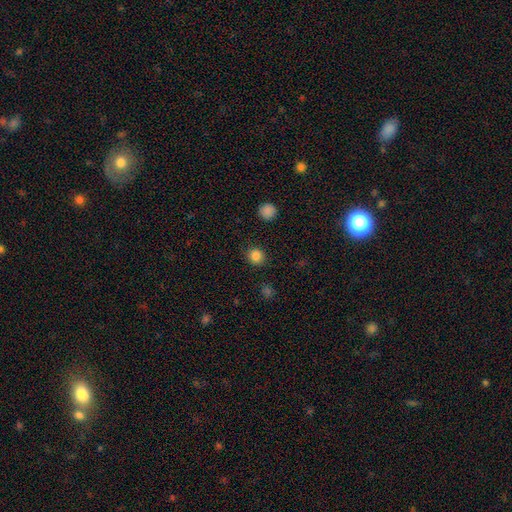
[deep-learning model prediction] smooth_or_featured: smooth (p=0.84) [alt: star or artifact p=0.12]
how_rounded: round (p=0.87) [alt: in between p=0.12]
merging: none (p=0.89) [alt: minor disturbance p=0.07]